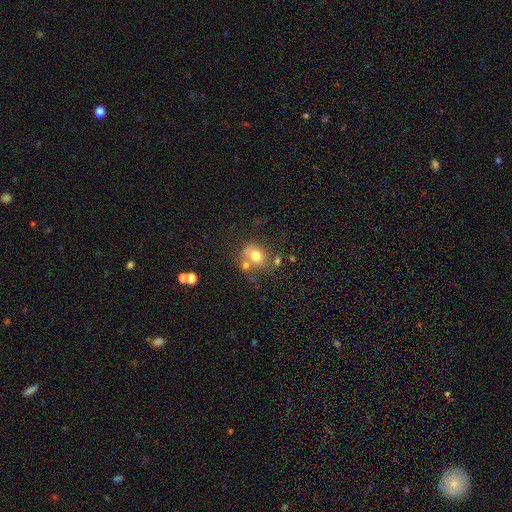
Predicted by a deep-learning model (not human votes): Smooth or featured? Predicted: smooth (p=0.70). How rounded? Predicted: round (p=0.63). Merging? Predicted: none (p=0.47).